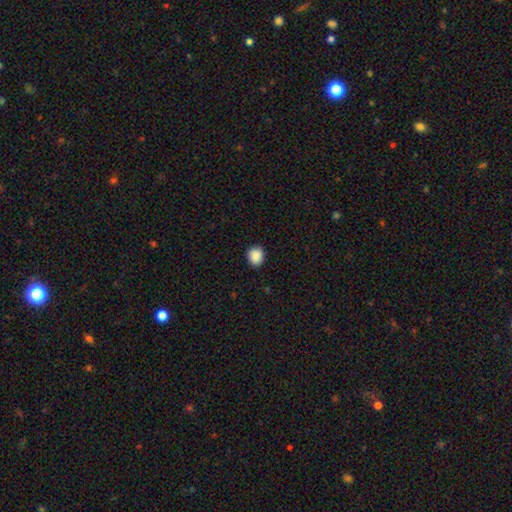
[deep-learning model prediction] The model was most divided on "how rounded": round: 78%, in between: 21%, cigar-shaped: 1%. More confident: merging — none (90%); smooth or featured — smooth (89%).